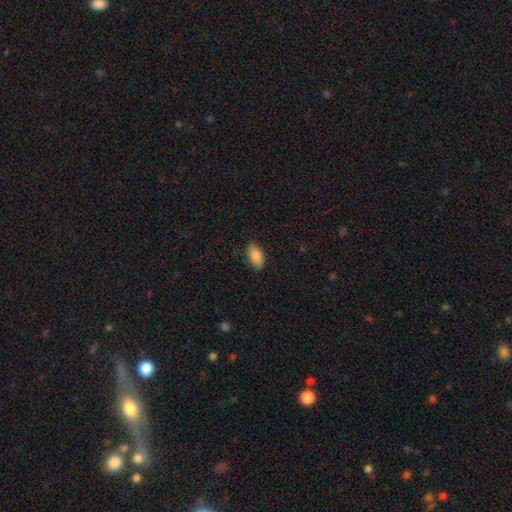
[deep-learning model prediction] smooth 88%, star or artifact 7%, featured or disk 5%. Down the decision tree: how rounded — in between (92%); merging — none (85%).